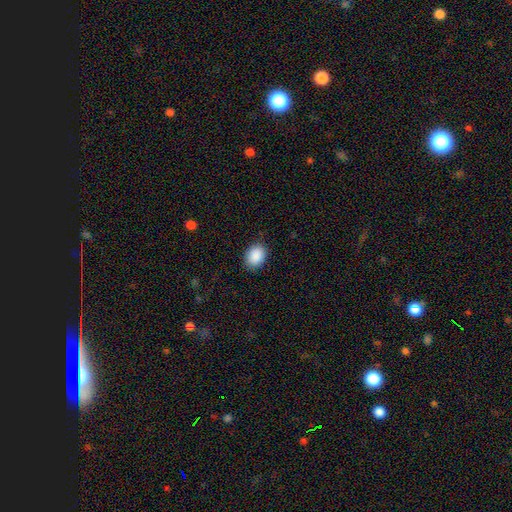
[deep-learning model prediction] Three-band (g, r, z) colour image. It shows a smooth galaxy with no disk features (90%) that is in between round and cigar-shaped (63%). Merging: none (87%).